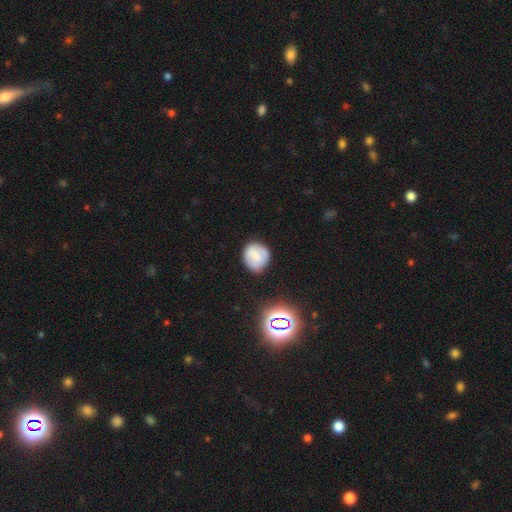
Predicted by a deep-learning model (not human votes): smooth 66%, featured or disk 23%, star or artifact 10%. Down the decision tree: how rounded — round (81%); merging — none (76%).